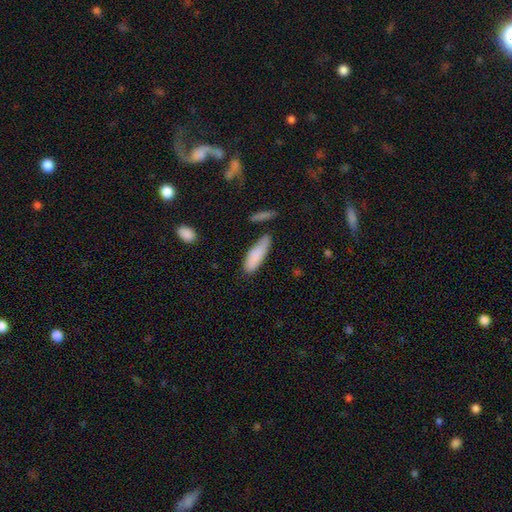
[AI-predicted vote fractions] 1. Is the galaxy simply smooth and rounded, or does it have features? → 85% smooth, 8% featured or disk, 7% star or artifact.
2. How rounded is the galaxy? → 52% cigar-shaped, 46% in between, 2% round.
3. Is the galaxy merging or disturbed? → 68% none, 21% minor disturbance, 5% major disturbance, 5% merger.